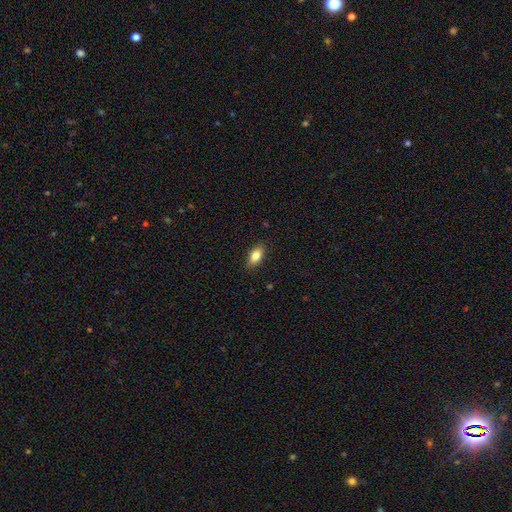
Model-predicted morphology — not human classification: Smooth or featured? smooth (80%)
How rounded? in between (88%)
Merging? none (88%)